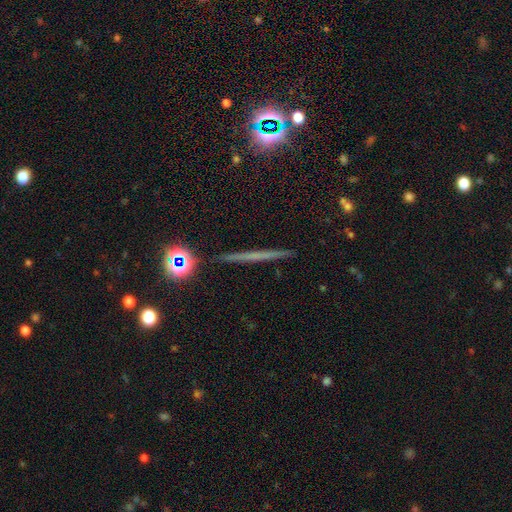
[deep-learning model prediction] Overall: featured or disk (48%; smooth 33%). Merging: none (91%).